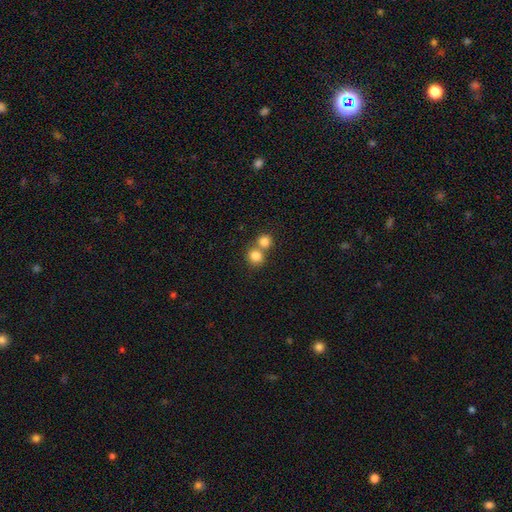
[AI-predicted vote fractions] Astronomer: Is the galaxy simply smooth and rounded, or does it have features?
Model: smooth — 82%.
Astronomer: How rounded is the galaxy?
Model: round — 84%.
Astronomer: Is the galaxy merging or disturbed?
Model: merger — 49% (runner-up: none, 44%).